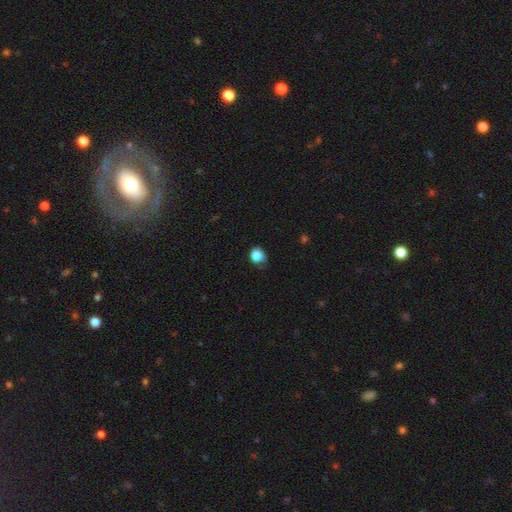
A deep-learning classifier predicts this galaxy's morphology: A smooth galaxy with no disk features (84%) that is round (72%). Merging: none (56%).